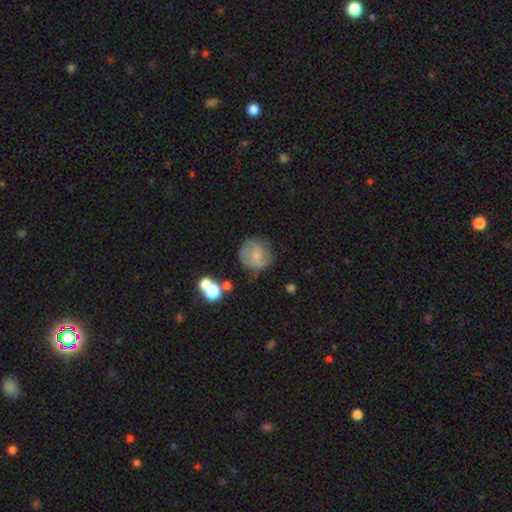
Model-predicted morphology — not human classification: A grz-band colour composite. It shows a featured or disk galaxy (47%). Merging: none (64%).